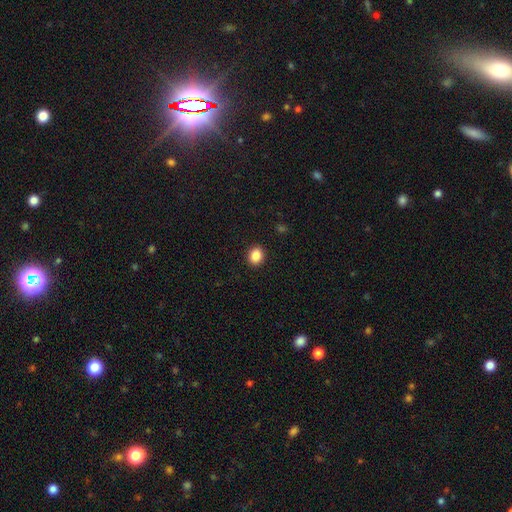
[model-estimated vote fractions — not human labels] Q: Smooth or featured?
A: smooth (87%); runner-up: star or artifact (9%)
Q: How rounded?
A: round (55%); runner-up: in between (44%)
Q: Merging?
A: none (92%); runner-up: minor disturbance (6%)